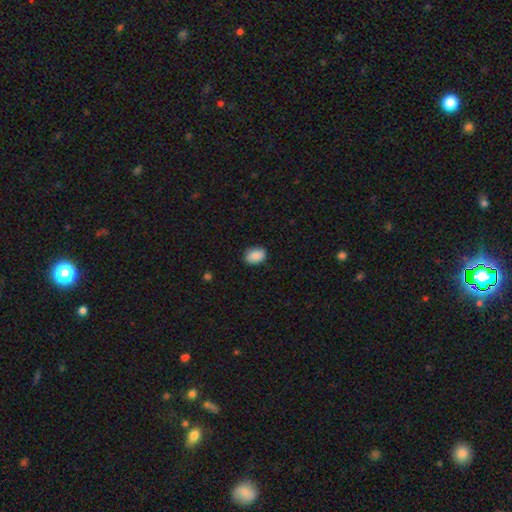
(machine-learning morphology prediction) smooth-or-featured: smooth: 87% | star or artifact: 7% | featured or disk: 6%
  how-rounded: in between: 77% | round: 22% | cigar-shaped: 1%
  merging: none: 83% | minor disturbance: 14% | major disturbance: 2% | merger: 1%